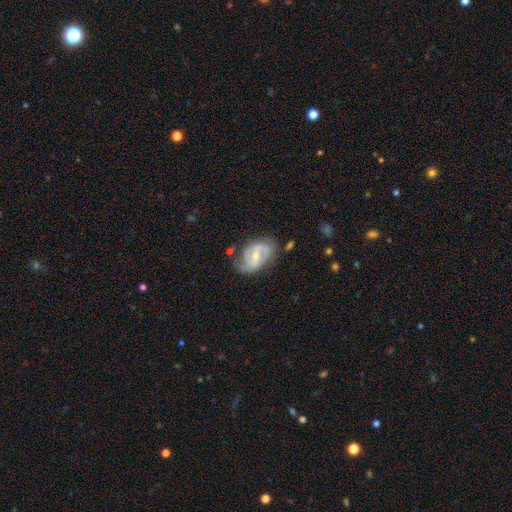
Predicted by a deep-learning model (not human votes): Smooth or featured?
  - featured or disk: 82% *
  - smooth: 12%
  - star or artifact: 5%
Edge-on disk?
  - no: 97% *
  - yes: 3%
Bar?
  - weak: 51% *
  - strong: 30%
  - no: 20%
Spiral arms?
  - yes: 93% *
  - no: 7%
Spiral winding?
  - medium: 50% *
  - tight: 26%
  - loose: 25%
Spiral arm count?
  - 2: 83% *
  - can't tell: 8%
  - 3: 4%
  - 1: 3%
  - 4: 1%
  - more than 4: 1%
Bulge size?
  - small: 52% *
  - moderate: 42%
  - none: 3%
  - large: 2%
  - dominant: 1%
Merging?
  - none: 64% *
  - minor disturbance: 24%
  - major disturbance: 9%
  - merger: 3%